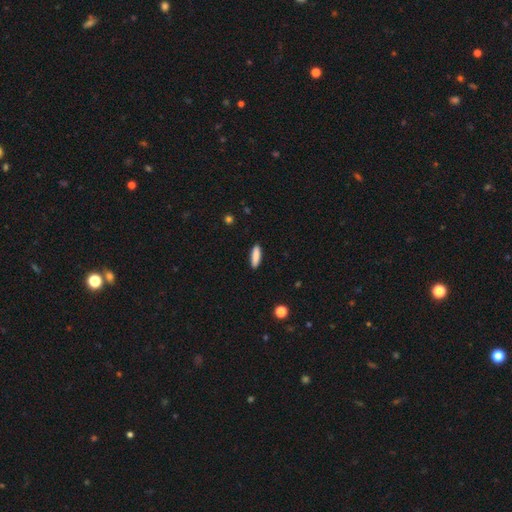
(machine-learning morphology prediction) This appears to be a smooth galaxy with no disk features (87%) that is cigar-shaped (62%). Merging: none (90%).